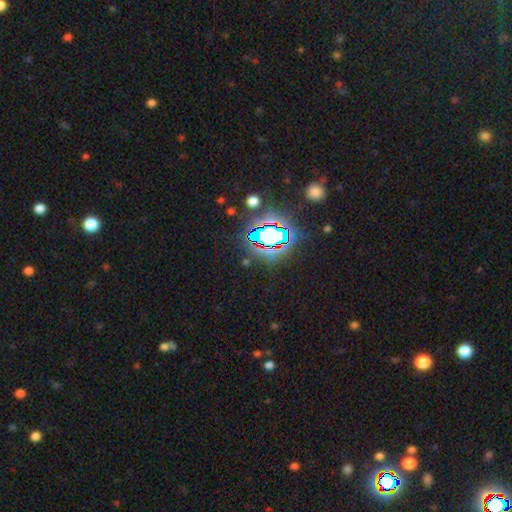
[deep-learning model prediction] This is clearly a star or artifact rather than a galaxy (84%).